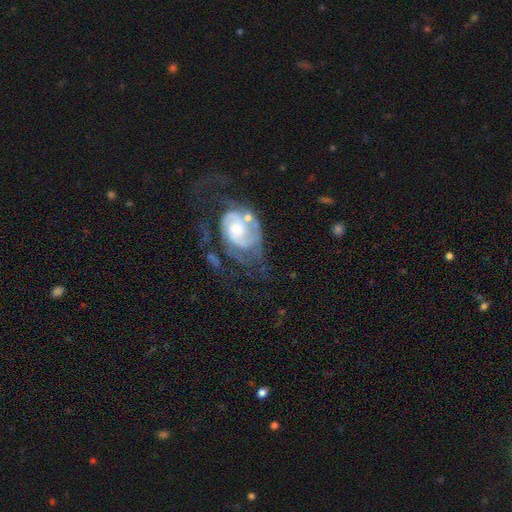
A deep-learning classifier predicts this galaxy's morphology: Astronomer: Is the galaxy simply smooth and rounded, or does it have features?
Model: featured or disk — 83%.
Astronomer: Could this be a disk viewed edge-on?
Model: no — 97%.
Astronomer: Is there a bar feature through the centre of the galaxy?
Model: no — 66%.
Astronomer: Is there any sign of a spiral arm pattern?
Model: yes — 90%.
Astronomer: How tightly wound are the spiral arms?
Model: tight — 53% (runner-up: medium, 34%).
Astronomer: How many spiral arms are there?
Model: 2 — 45% (runner-up: can't tell, 29%).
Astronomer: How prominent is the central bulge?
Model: moderate — 53% (runner-up: small, 37%).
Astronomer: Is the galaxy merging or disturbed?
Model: none — 44% (runner-up: major disturbance, 31%).